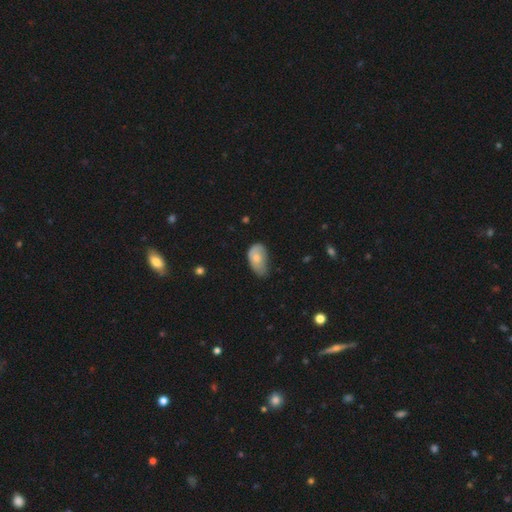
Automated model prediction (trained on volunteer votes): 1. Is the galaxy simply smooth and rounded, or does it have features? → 71% smooth, 23% featured or disk, 7% star or artifact.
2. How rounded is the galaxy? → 91% in between, 7% round, 2% cigar-shaped.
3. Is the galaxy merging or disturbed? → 47% minor disturbance, 34% none, 17% major disturbance, 2% merger.